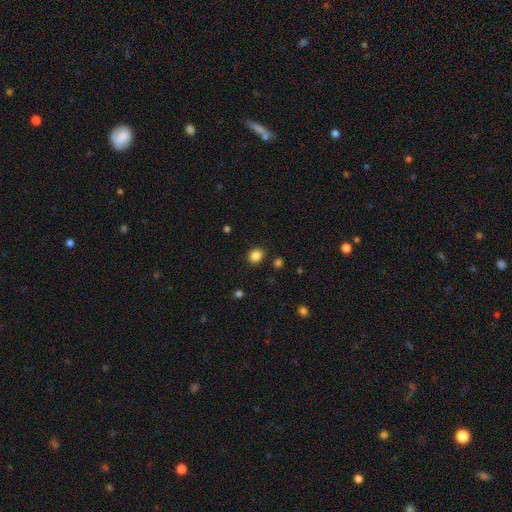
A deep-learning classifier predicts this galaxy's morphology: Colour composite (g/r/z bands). It shows a smooth galaxy with no disk features (85%) that is round (66%). Merging: none (88%).